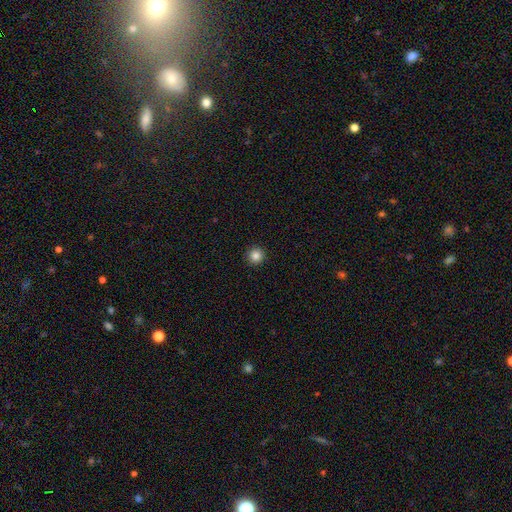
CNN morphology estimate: A smooth galaxy with no disk features (85%) that is round (96%). Merging: none (94%).